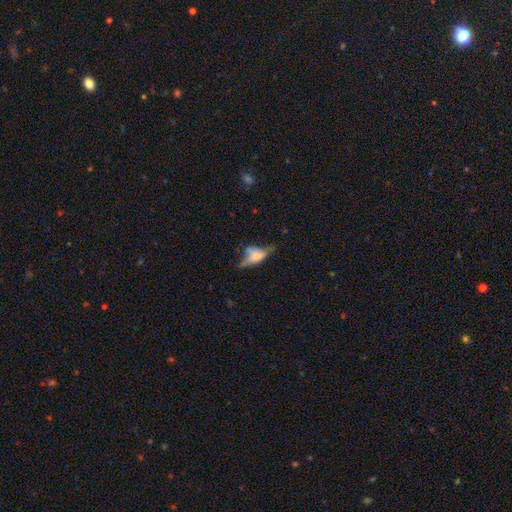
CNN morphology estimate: Smooth or featured?
  - smooth: 45% *
  - featured or disk: 44%
  - star or artifact: 11%
Merging?
  - none: 34% *
  - major disturbance: 30%
  - minor disturbance: 27%
  - merger: 9%